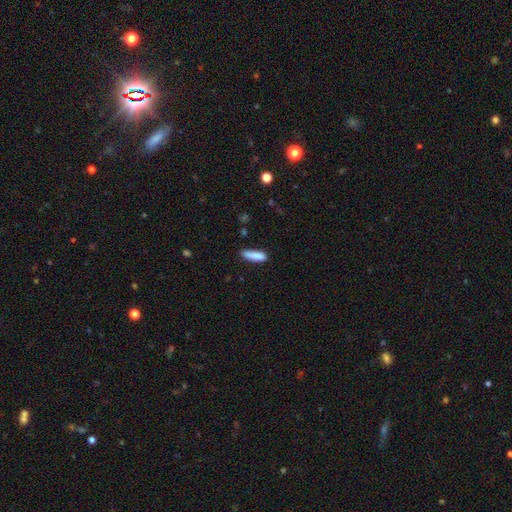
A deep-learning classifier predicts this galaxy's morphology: Overall: smooth (86%). How rounded: cigar-shaped (59%; in between 39%). Merging: none (67%).